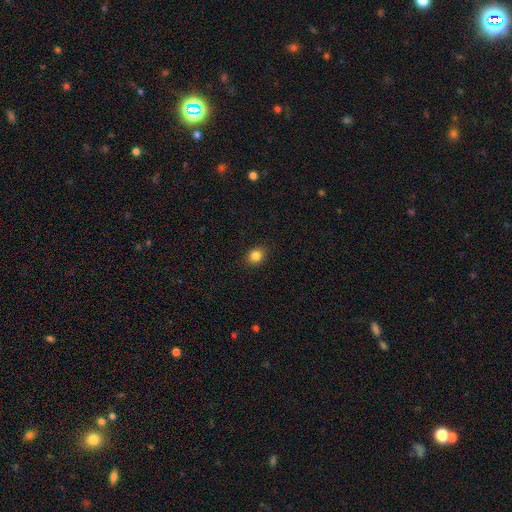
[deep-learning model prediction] Smooth or featured: smooth — 84% (star or artifact — 11%)
How rounded: round — 64% (in between — 35%)
Merging: none — 89% (minor disturbance — 8%)